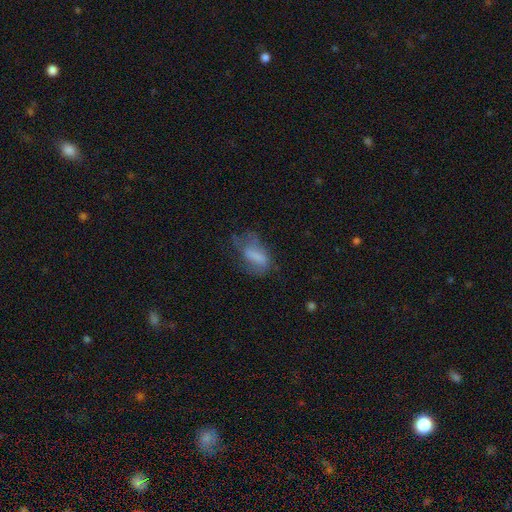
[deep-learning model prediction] Smooth or featured?
  - smooth: 58% *
  - featured or disk: 30%
  - star or artifact: 11%
How rounded?
  - in between: 82% *
  - cigar-shaped: 12%
  - round: 6%
Merging?
  - none: 34% * (tied)
  - major disturbance: 34% * (tied)
  - minor disturbance: 28%
  - merger: 3%